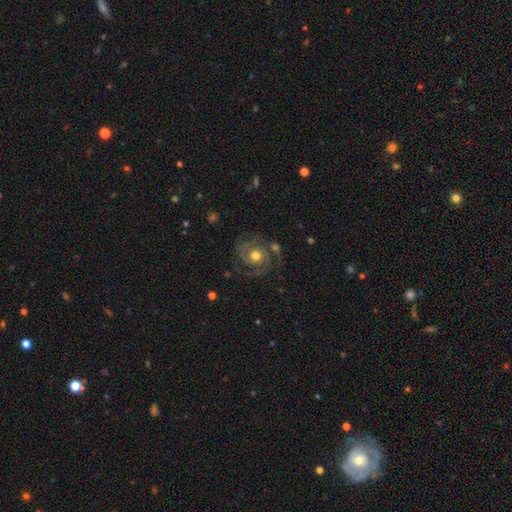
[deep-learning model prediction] Overall: featured or disk (87%). Edge-on disk: no (98%). Bar: no (79%). Spiral arms: yes (97%). Spiral arm count: 2 (61%). Spiral winding: tight (57%; medium 35%). Bulge size: moderate (77%). Merging: none (72%).